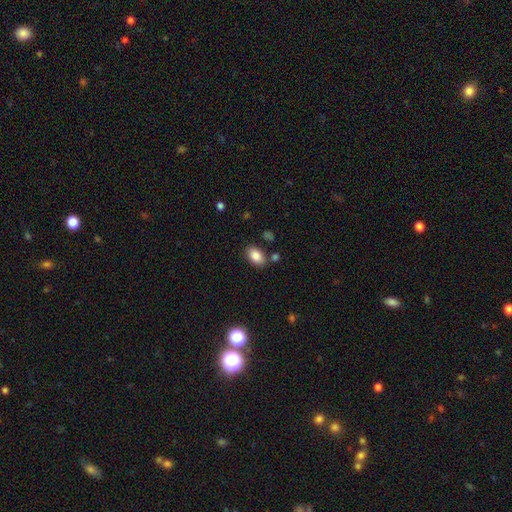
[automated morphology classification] Overall: smooth (86%). How rounded: in between (89%). Merging: none (78%).